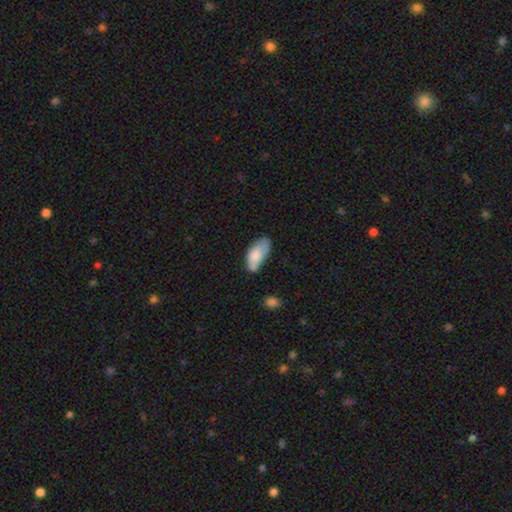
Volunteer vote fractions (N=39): A smooth galaxy with no disk features (95%) that is in between round and cigar-shaped (92%).

Vote fractions:
- Smooth or featured? smooth: 95% / star or artifact: 5% / featured or disk: 0%
- How rounded? in between: 92% / cigar-shaped: 5% / round: 3%
- Merging? none: 32% / minor disturbance: 30% / major disturbance: 19% / merger: 19%